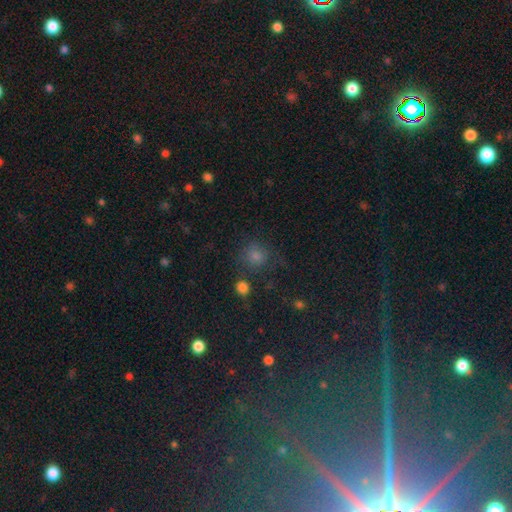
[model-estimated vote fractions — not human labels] Smooth or featured? smooth (61%)
How rounded? round (89%)
Merging? none (75%)